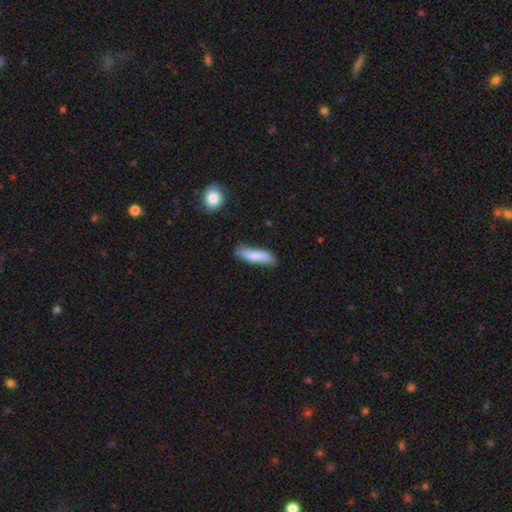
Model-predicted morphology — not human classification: type=smooth (80%); roundness=cigar-shaped (77%); merging=none (70%).